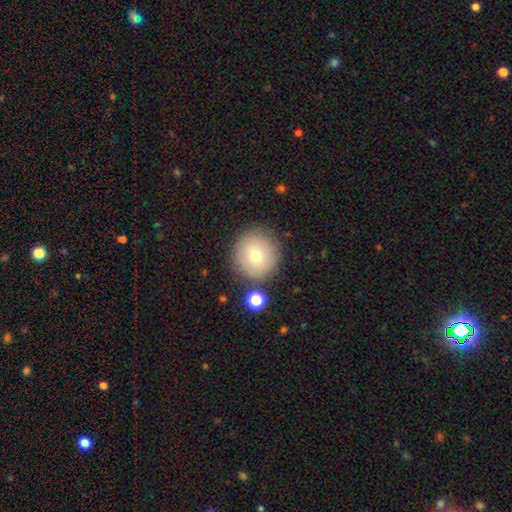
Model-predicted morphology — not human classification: smooth-or-featured: smooth: 75% | featured or disk: 15% | star or artifact: 10%
  how-rounded: round: 92% | in between: 7% | cigar-shaped: 1%
  merging: none: 83% | minor disturbance: 9% | merger: 5% | major disturbance: 3%